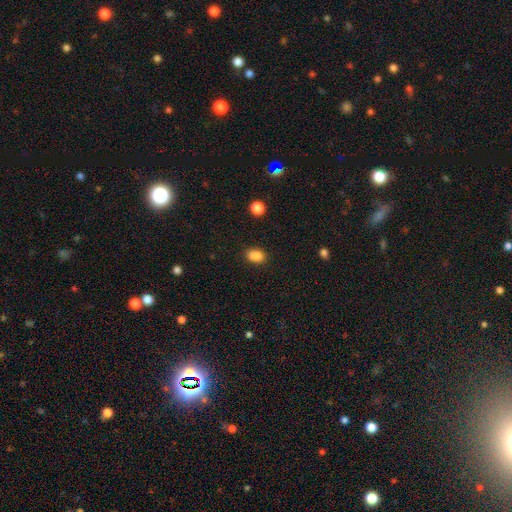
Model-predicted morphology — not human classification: smooth-or-featured: smooth: 87% | star or artifact: 10% | featured or disk: 3%
  how-rounded: in between: 80% | round: 19% | cigar-shaped: 2%
  merging: none: 82% | minor disturbance: 12% | merger: 3% | major disturbance: 3%